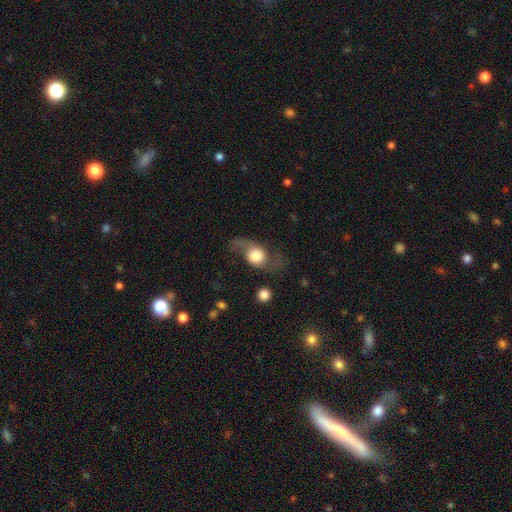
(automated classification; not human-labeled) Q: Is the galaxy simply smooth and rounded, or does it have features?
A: featured or disk — 55%.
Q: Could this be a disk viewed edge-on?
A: no — 86%.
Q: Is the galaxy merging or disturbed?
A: none — 57%.